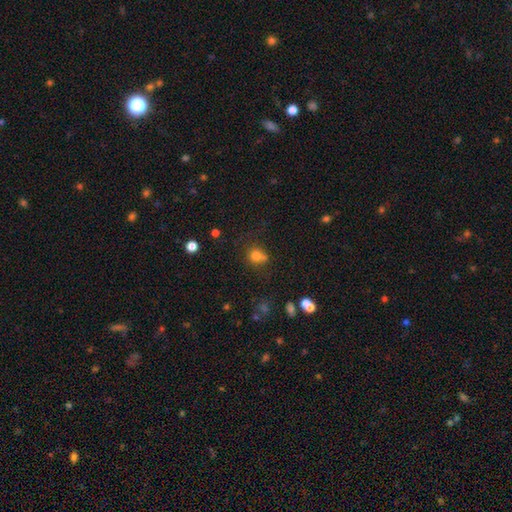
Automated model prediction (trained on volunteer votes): smooth_or_featured: smooth (p=0.76) [alt: star or artifact p=0.15]
how_rounded: round (p=0.80) [alt: in between p=0.19]
merging: none (p=0.51) [alt: merger p=0.27]